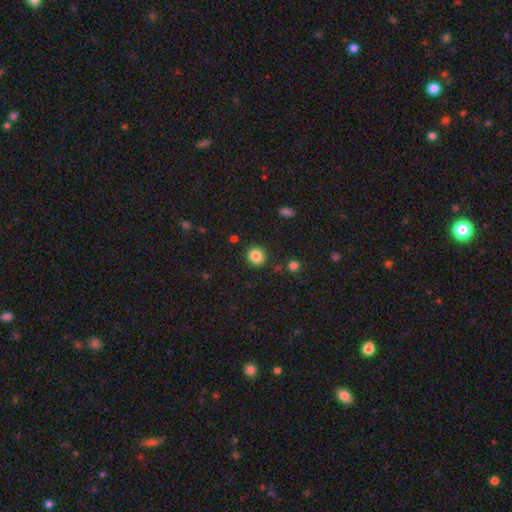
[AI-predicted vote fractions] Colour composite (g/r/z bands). It shows a smooth galaxy with no disk features (85%) that is round (80%). Merging: none (88%).